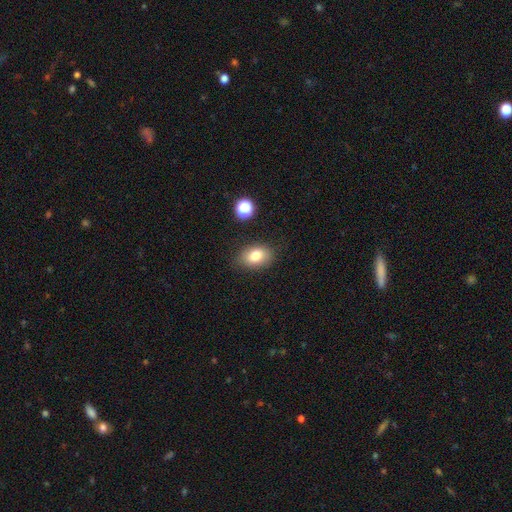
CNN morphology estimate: type=smooth (79%); roundness=in between (81%); merging=none (84%).